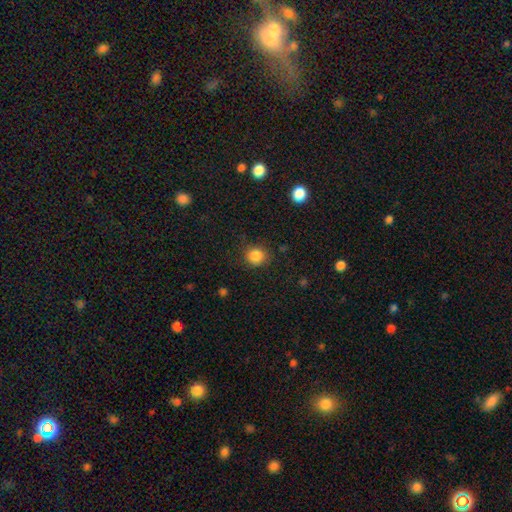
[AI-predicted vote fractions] Overall: smooth (85%). How rounded: round (88%). Merging: none (84%).